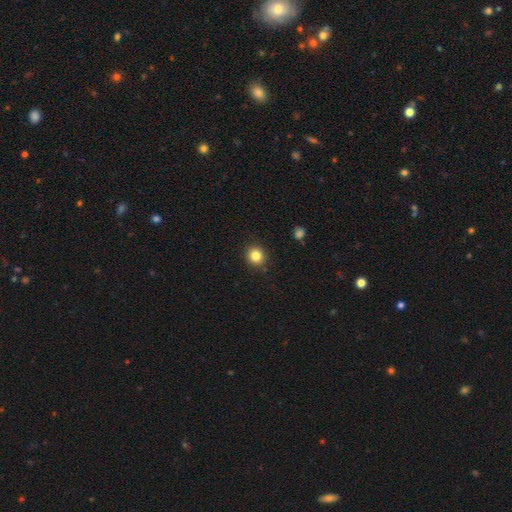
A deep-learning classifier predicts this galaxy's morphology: This is clearly a smooth galaxy (84%). How rounded: clearly round (89%). Merging: clearly none (90%).